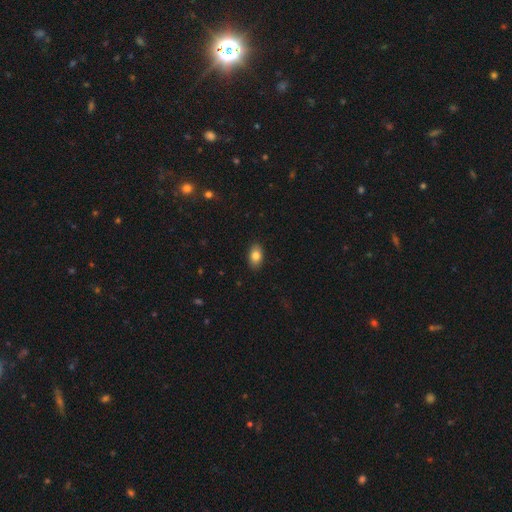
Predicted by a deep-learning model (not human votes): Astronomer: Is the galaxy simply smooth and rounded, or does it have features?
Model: smooth — 83%.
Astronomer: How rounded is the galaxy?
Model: in between — 90%.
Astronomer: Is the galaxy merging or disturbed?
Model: none — 89%.